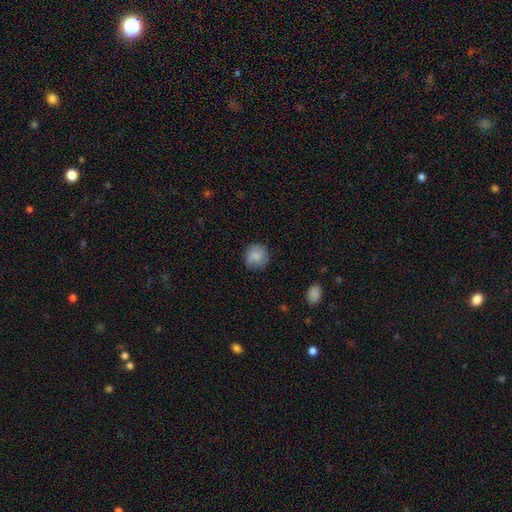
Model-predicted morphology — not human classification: Smooth or featured? Predicted: smooth (p=0.85). How rounded? Predicted: round (p=0.91). Merging? Predicted: none (p=0.82).